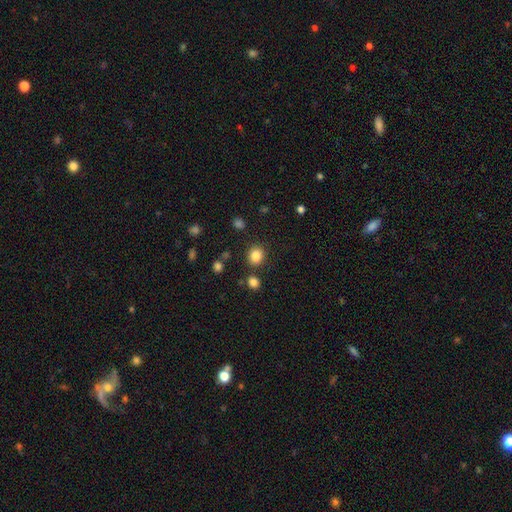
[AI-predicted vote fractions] Q: Smooth or featured?
A: smooth (85%); runner-up: star or artifact (11%)
Q: How rounded?
A: round (75%); runner-up: in between (25%)
Q: Merging?
A: none (83%); runner-up: minor disturbance (9%)